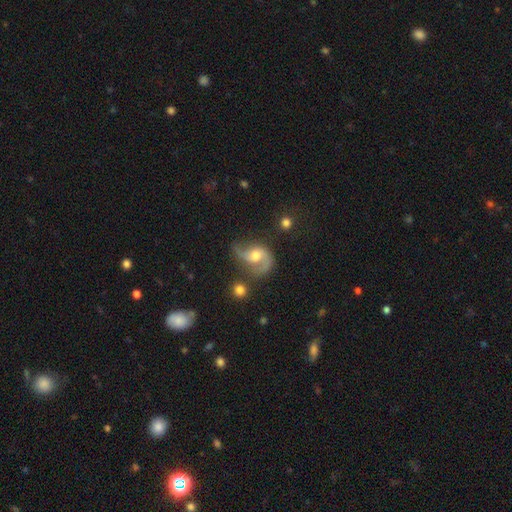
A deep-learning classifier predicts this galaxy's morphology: The model was most divided on "spiral winding": loose: 55%, medium: 37%, tight: 8%. More confident: edge-on disk — no (98%); spiral arms — yes (96%); spiral arm count — 2 (87%); smooth or featured — featured or disk (83%); bulge size — moderate (67%); bar — no (56%); merging — none (54%).